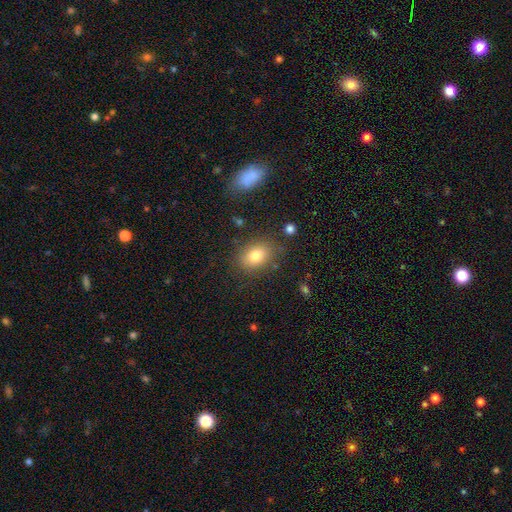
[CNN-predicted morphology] The model was most divided on "how rounded": in between: 69%, round: 30%, cigar-shaped: 1%. More confident: merging — none (80%); smooth or featured — smooth (79%).